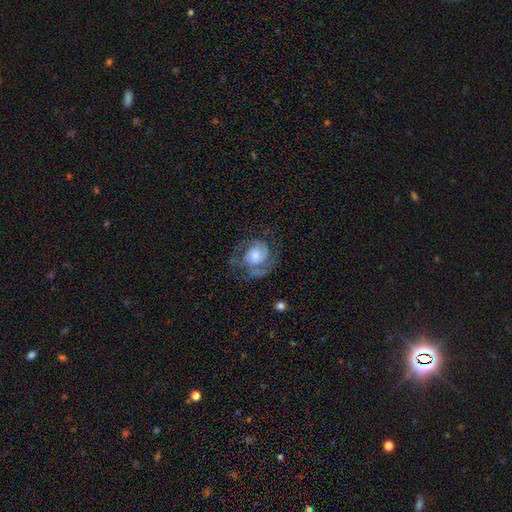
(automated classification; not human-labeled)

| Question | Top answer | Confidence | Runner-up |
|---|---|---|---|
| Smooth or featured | featured or disk | 75% | smooth (18%) |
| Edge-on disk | no | 98% | yes (2%) |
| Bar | no | 66% | weak (29%) |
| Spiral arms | yes | 91% | no (9%) |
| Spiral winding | tight | 45% | medium (42%) |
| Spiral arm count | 2 | 57% | can't tell (17%) |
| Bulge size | moderate | 34% | small (29%) |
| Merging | none | 56% | major disturbance (21%) |